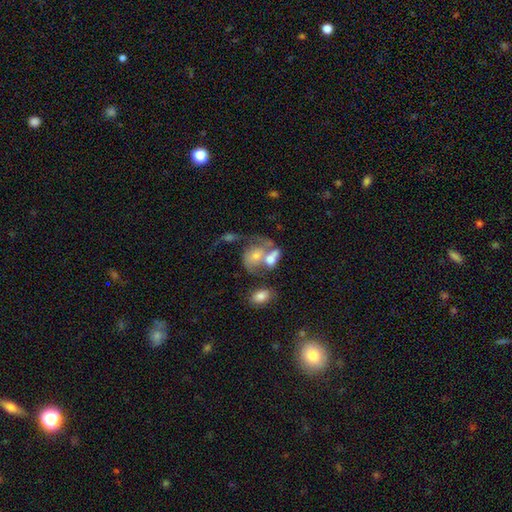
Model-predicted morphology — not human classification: smooth_or_featured: featured or disk (p=0.52) [alt: smooth p=0.38]
disk_edge_on: no (p=0.97) [alt: yes p=0.03]
bar: no (p=0.76) [alt: weak p=0.19]
has_spiral_arms: yes (p=0.63) [alt: no p=0.37]
bulge_size: moderate (p=0.43) [alt: small p=0.34]
merging: merger (p=0.51) [alt: major disturbance p=0.20]